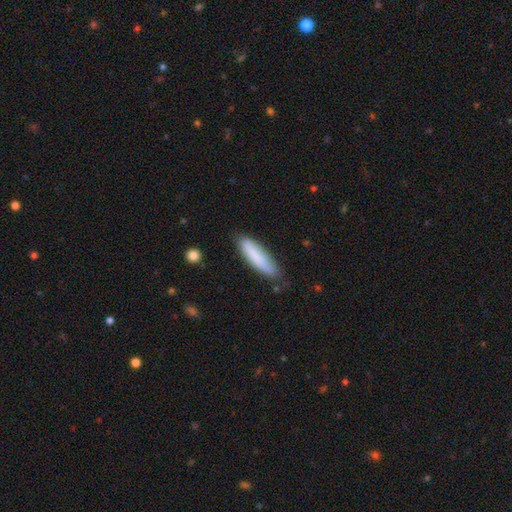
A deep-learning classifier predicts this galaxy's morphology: Smooth or featured? Predicted: smooth (p=0.80). How rounded? Predicted: cigar-shaped (p=0.72). Merging? Predicted: none (p=0.74).